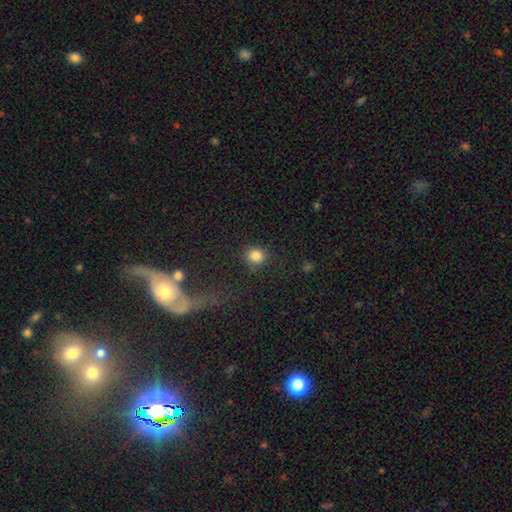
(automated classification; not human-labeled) Morphology: type=smooth (85%); roundness=round (88%); merging=none (85%).